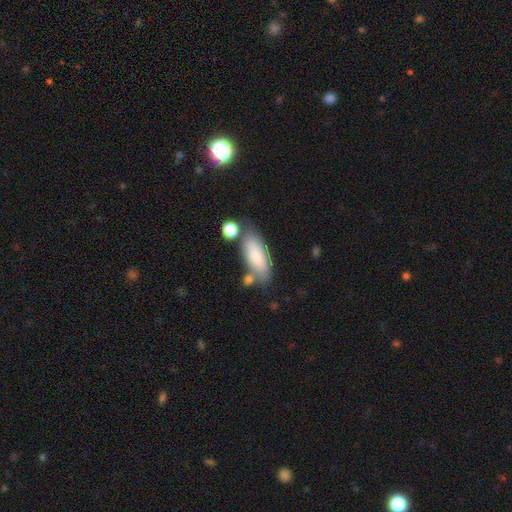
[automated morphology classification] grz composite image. It shows a smooth galaxy with no disk features (81%) that is in between round and cigar-shaped (74%). Merging: none (65%).